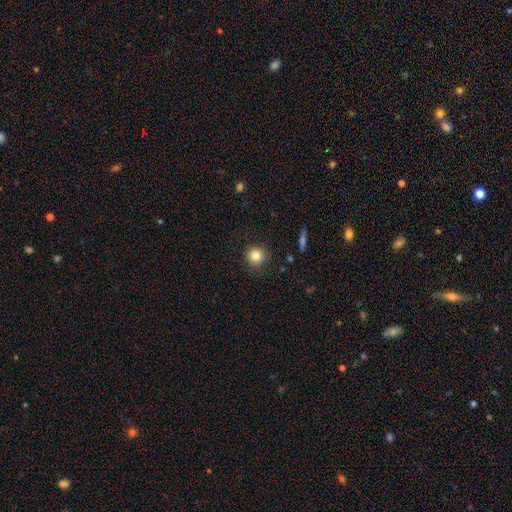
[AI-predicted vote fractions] A smooth galaxy with no disk features (82%) that is round (94%).

Vote fractions:
- Smooth or featured? smooth: 82% / star or artifact: 11% / featured or disk: 7%
- How rounded? round: 94% / in between: 5% / cigar-shaped: 1%
- Merging? none: 90% / minor disturbance: 7% / major disturbance: 2% / merger: 1%